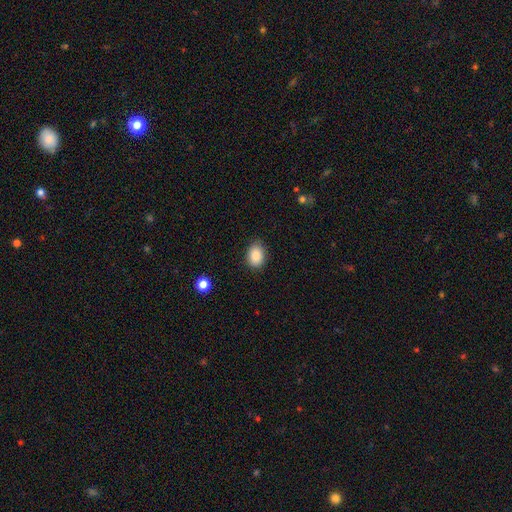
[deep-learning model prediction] Smooth or featured: smooth — 89% (star or artifact — 8%)
How rounded: in between — 78% (round — 21%)
Merging: none — 83% (minor disturbance — 13%)